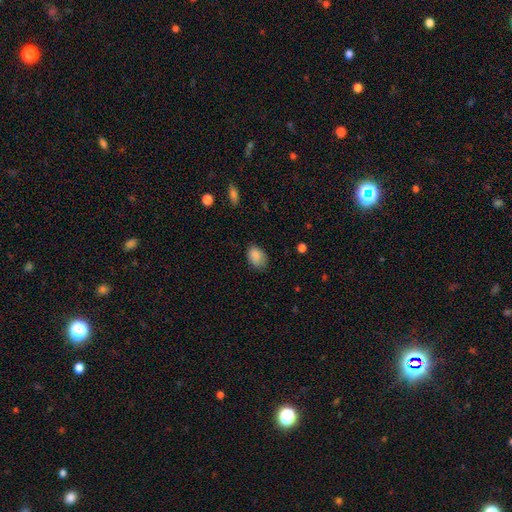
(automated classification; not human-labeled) Smooth or featured? Predicted: smooth (p=0.87). How rounded? Predicted: in between (p=0.76). Merging? Predicted: none (p=0.69).